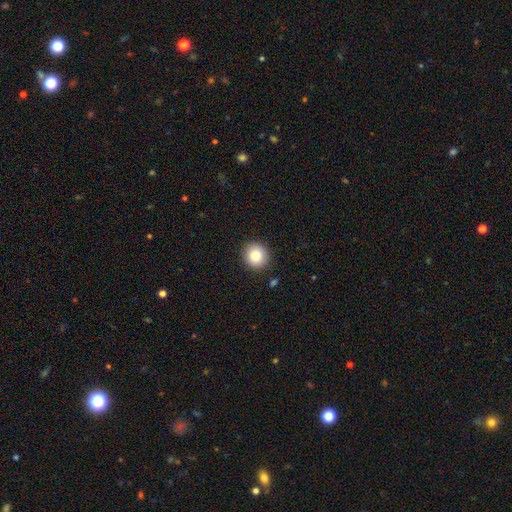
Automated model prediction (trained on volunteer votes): Smooth or featured? Predicted: smooth (p=0.86). How rounded? Predicted: round (p=0.91). Merging? Predicted: none (p=0.90).